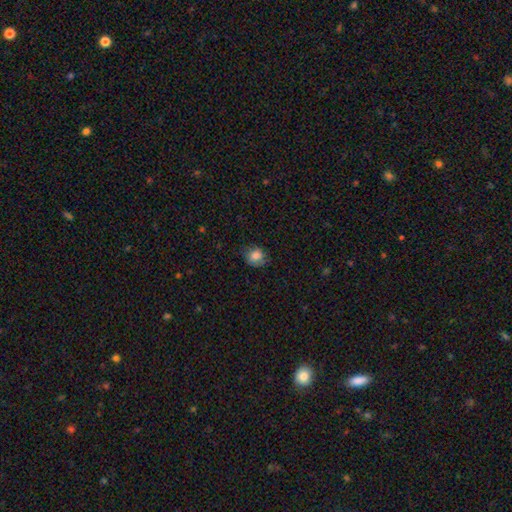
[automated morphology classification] This appears to be a smooth galaxy with no disk features (80%) that is round (73%). Merging: none (74%).